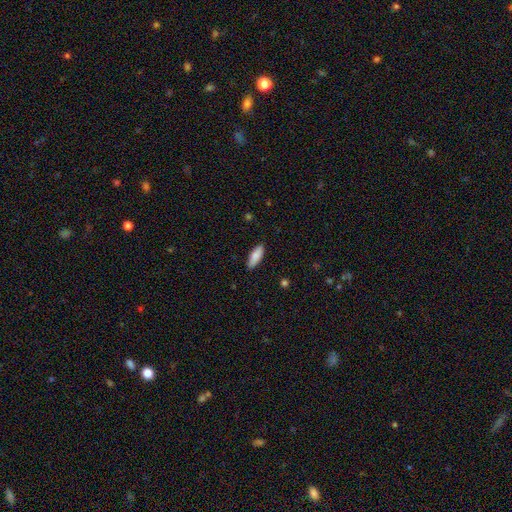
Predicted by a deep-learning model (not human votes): Morphology: type=smooth (86%); roundness=in between (66%); merging=none (88%).